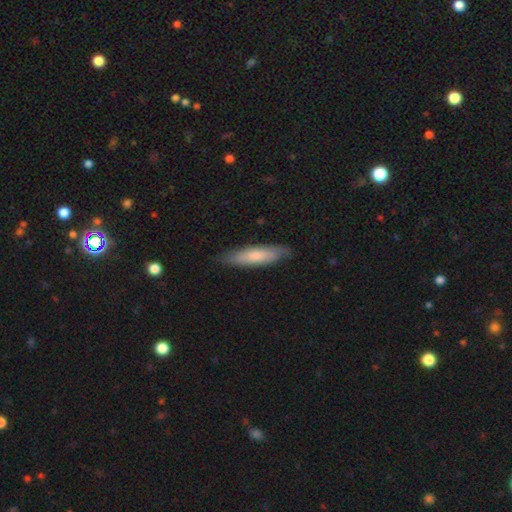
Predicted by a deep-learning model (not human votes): A smooth galaxy with no disk features (69%) that is cigar-shaped (70%). Merging: none (82%).